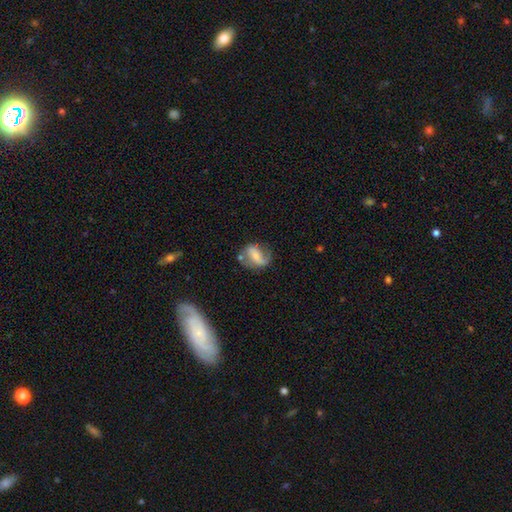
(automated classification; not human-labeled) This is likely a featured or disk galaxy (60%). It is clearly not viewed edge-on (96%). Bar: marginally weak (35%). Spiral arm pattern: clearly yes (83%). Central bulge: possibly small (46%). Merging: possibly none (55%).